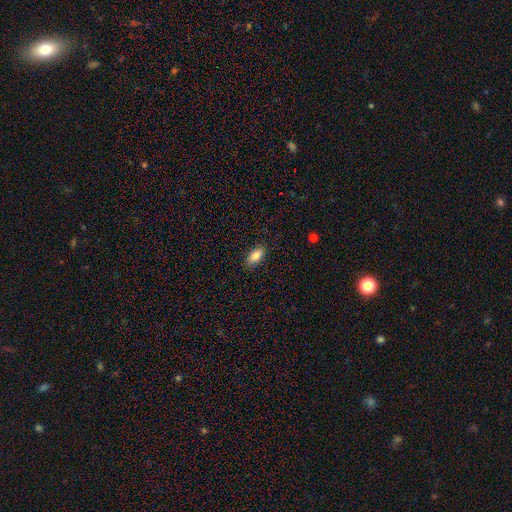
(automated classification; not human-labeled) This is clearly a smooth galaxy (83%). How rounded: clearly in between (87%). Merging: clearly none (88%).